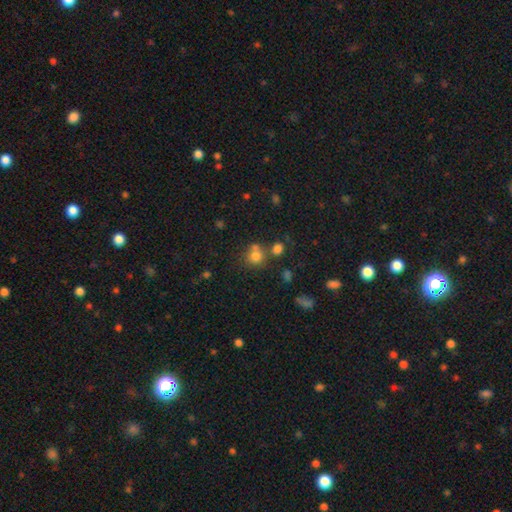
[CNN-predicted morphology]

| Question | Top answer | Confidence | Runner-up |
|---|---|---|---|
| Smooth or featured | smooth | 75% | star or artifact (16%) |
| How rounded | round | 82% | in between (17%) |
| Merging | none | 55% | merger (28%) |